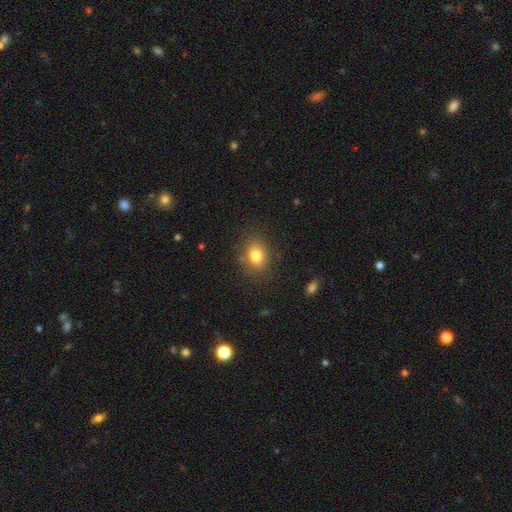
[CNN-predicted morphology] This appears to be a smooth galaxy with no disk features (80%) that is in between round and cigar-shaped (63%). Merging: none (83%).